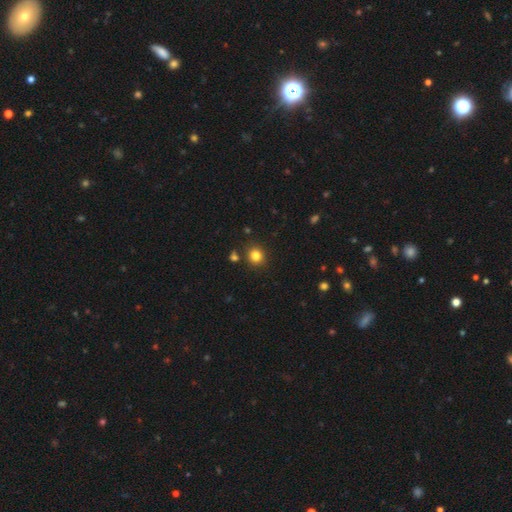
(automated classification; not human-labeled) Smooth or featured? Predicted: smooth (p=0.81). How rounded? Predicted: round (p=0.88). Merging? Predicted: none (p=0.86).